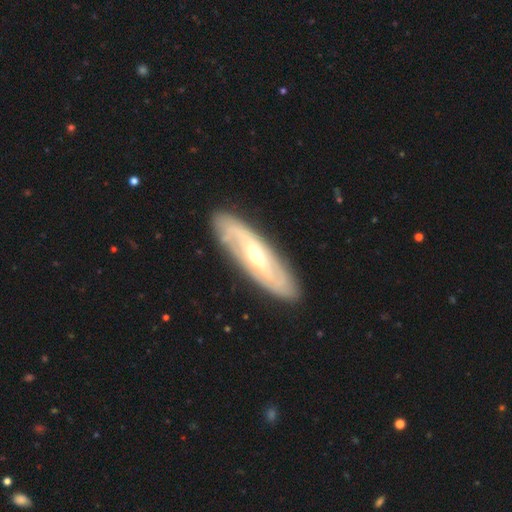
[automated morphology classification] Smooth or featured? featured or disk (74%)
Edge-on disk? no (78%)
Bar? no (50%)
Spiral arms? yes (82%)
Bulge size? small (54%)
Merging? none (86%)